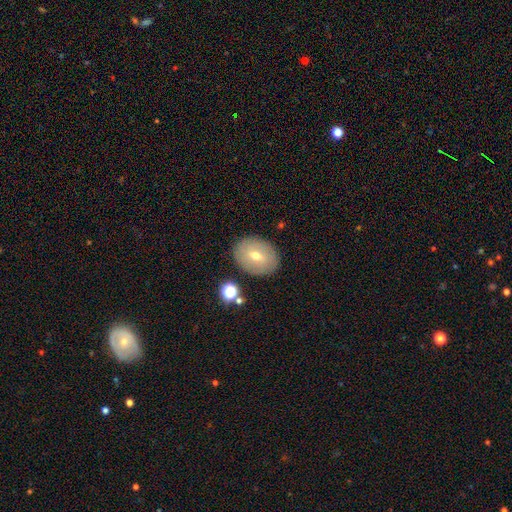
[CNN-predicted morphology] A smooth galaxy with no disk features (58%) that is in between round and cigar-shaped (60%). Merging: none (85%).